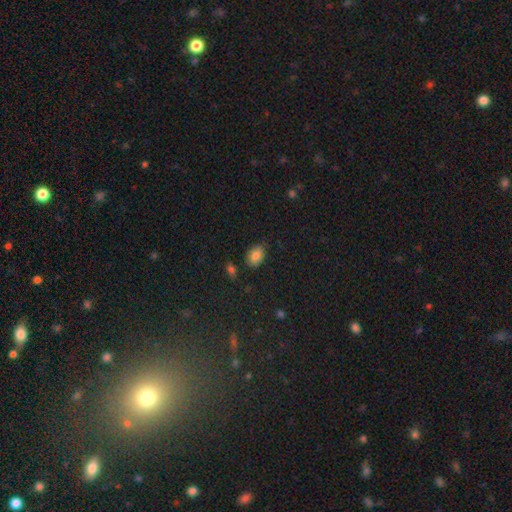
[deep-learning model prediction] Q: Smooth or featured?
A: smooth (82%); runner-up: star or artifact (10%)
Q: How rounded?
A: in between (81%); runner-up: round (18%)
Q: Merging?
A: none (78%); runner-up: minor disturbance (16%)